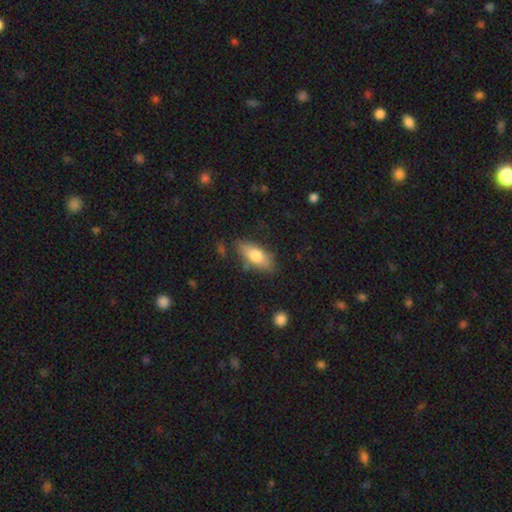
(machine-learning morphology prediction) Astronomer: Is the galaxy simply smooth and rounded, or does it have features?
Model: smooth — 75%.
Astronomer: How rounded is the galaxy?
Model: in between — 81%.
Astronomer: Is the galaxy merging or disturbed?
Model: none — 75%.